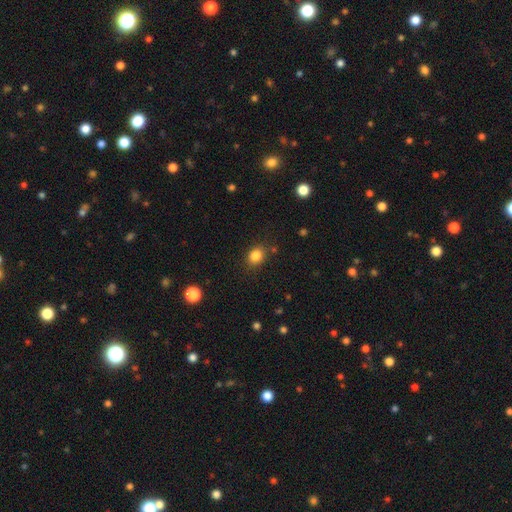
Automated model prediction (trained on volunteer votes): This appears to be a smooth galaxy with no disk features (84%) that is round (53%). Merging: none (81%).